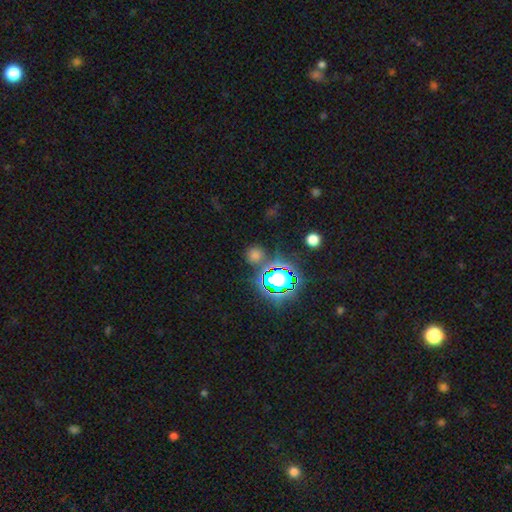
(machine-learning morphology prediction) smooth-or-featured: star or artifact: 47% | smooth: 46% | featured or disk: 7%